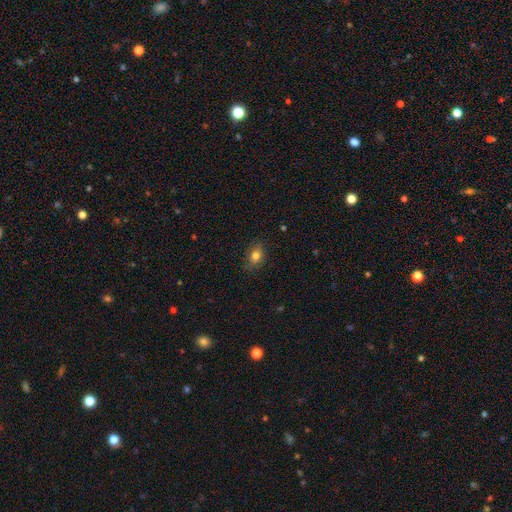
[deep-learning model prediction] Smooth or featured: smooth — 77% (featured or disk — 12%)
How rounded: in between — 71% (round — 27%)
Merging: none — 81% (minor disturbance — 15%)